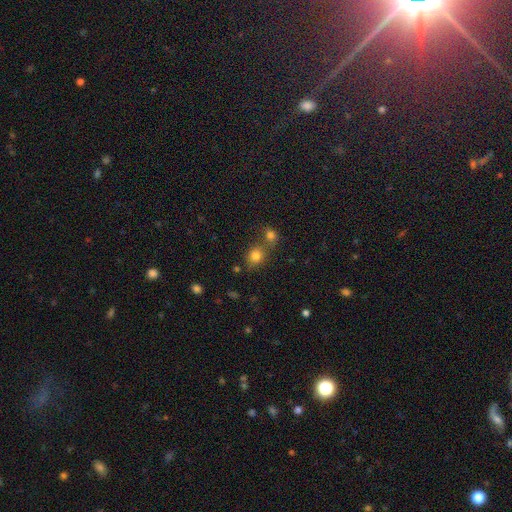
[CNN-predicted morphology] smooth_or_featured: smooth (p=0.79) [alt: star or artifact p=0.13]
how_rounded: round (p=0.71) [alt: in between p=0.28]
merging: none (p=0.53) [alt: merger p=0.32]